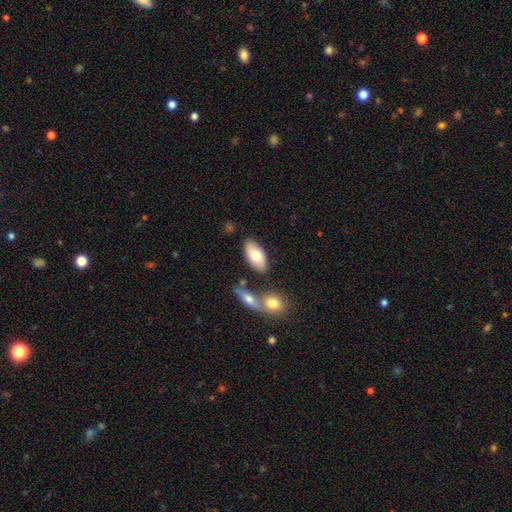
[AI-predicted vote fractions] Morphology: type=smooth (72%); roundness=in between (94%); merging=none (77%).